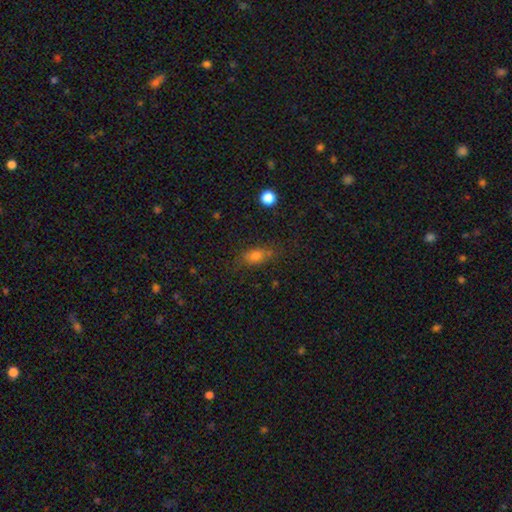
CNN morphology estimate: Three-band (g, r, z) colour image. It shows a smooth galaxy with no disk features (70%) that is in between round and cigar-shaped (68%). Merging: none (75%).